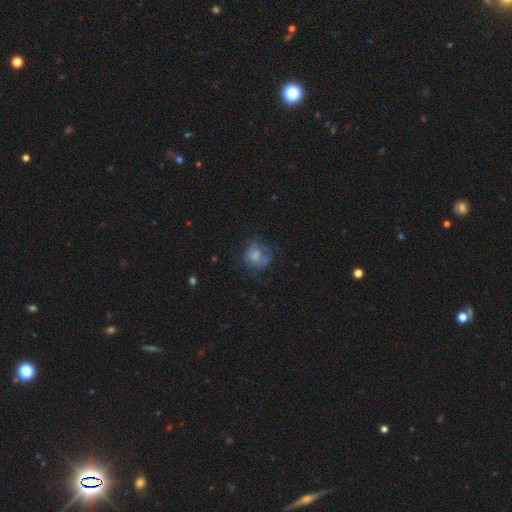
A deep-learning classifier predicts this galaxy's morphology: Smooth or featured? Predicted: smooth (p=0.58). How rounded? Predicted: round (p=0.67). Merging? Predicted: none (p=0.49).